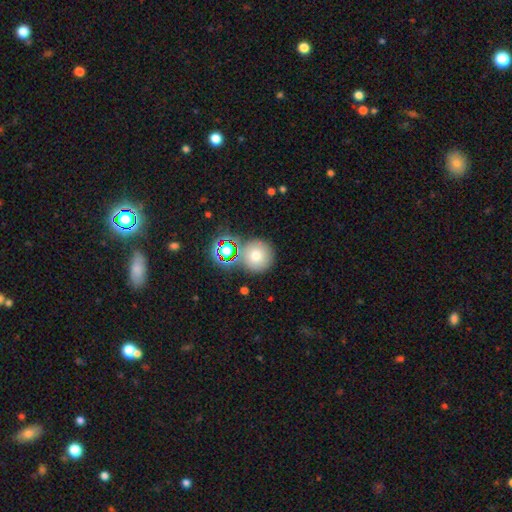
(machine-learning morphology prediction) Q: Smooth or featured?
A: smooth (68%); runner-up: star or artifact (20%)
Q: How rounded?
A: round (93%); runner-up: in between (6%)
Q: Merging?
A: none (74%); runner-up: merger (12%)